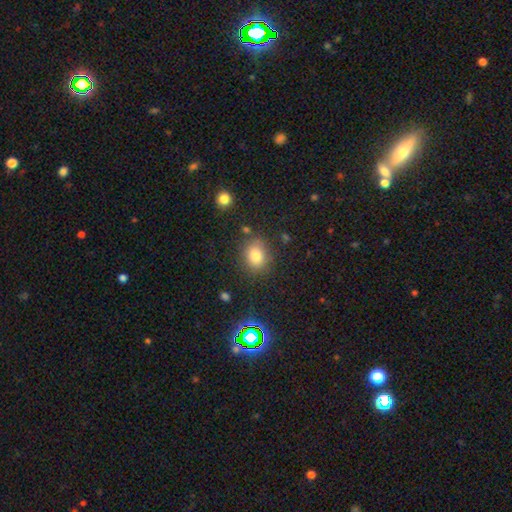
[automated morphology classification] Smooth or featured? Predicted: smooth (p=0.77). How rounded? Predicted: round (p=0.57). Merging? Predicted: none (p=0.79).